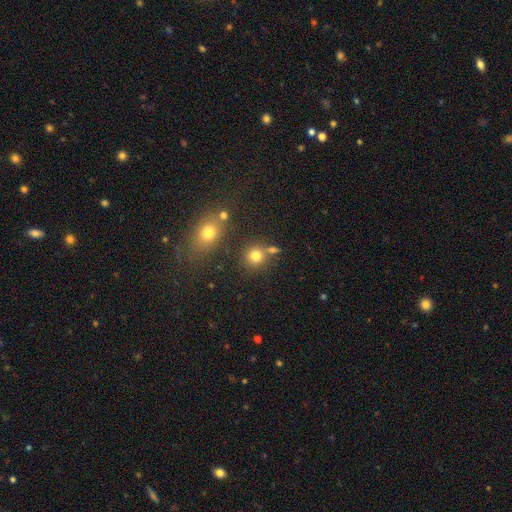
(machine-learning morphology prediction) type=smooth (77%); roundness=round (87%); merging=none (68%).